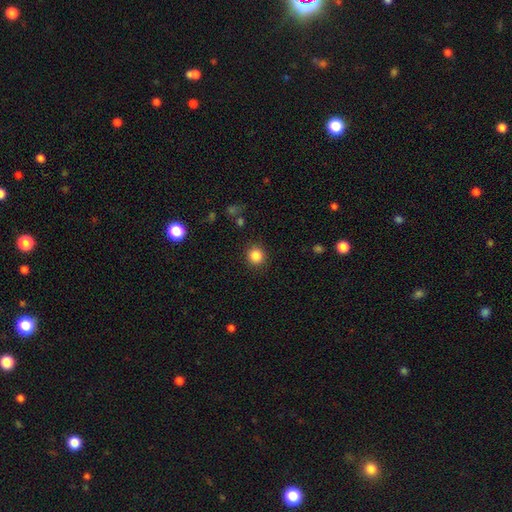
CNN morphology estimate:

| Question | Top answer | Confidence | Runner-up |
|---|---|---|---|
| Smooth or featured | smooth | 85% | star or artifact (11%) |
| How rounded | round | 90% | in between (9%) |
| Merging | none | 90% | minor disturbance (6%) |